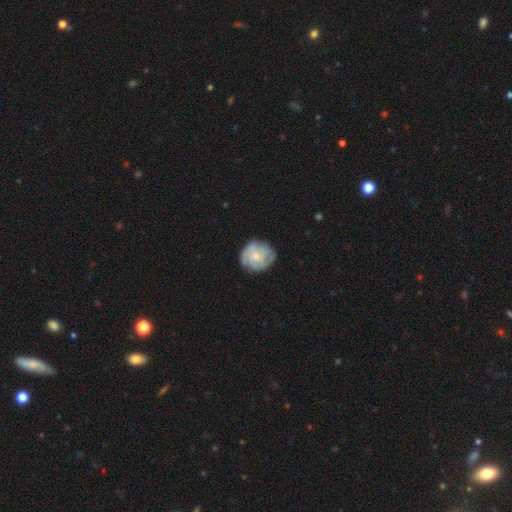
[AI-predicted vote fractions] This is possibly a featured or disk galaxy (59%). It is clearly not viewed edge-on (98%). Bar: likely no (80%). Spiral arm pattern: clearly yes (86%). Central bulge: possibly small (57%). Merging: likely none (77%).